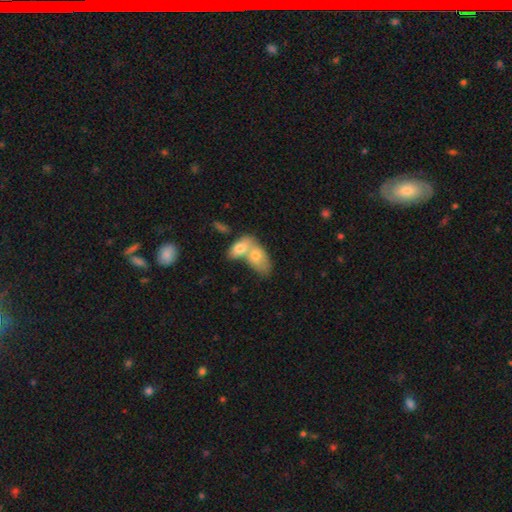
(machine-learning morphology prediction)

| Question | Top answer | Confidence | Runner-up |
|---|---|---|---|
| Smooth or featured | smooth | 71% | featured or disk (23%) |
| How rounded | in between | 89% | round (6%) |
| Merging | merger | 72% | none (18%) |